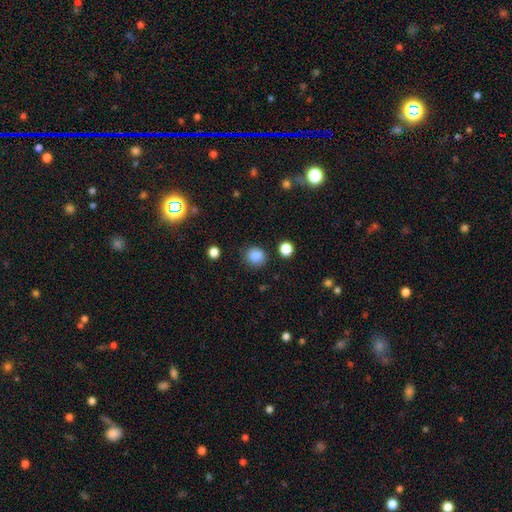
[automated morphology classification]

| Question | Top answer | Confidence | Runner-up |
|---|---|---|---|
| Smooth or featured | smooth | 85% | star or artifact (12%) |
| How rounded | round | 79% | in between (20%) |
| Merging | none | 80% | minor disturbance (13%) |